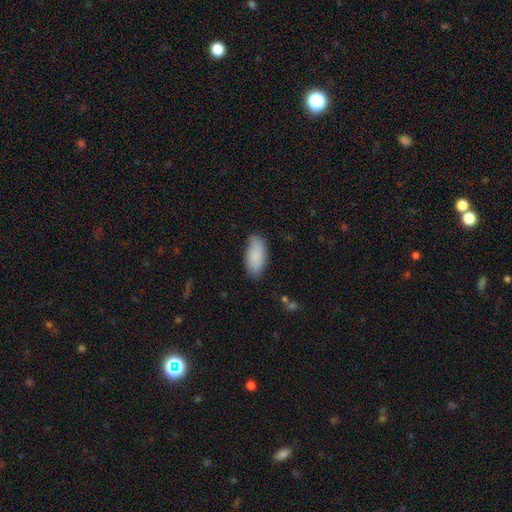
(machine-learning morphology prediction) Smooth or featured?
  - smooth: 87% *
  - featured or disk: 7%
  - star or artifact: 6%
How rounded?
  - in between: 92% *
  - cigar-shaped: 6%
  - round: 2%
Merging?
  - none: 78% *
  - minor disturbance: 17%
  - major disturbance: 3%
  - merger: 1%